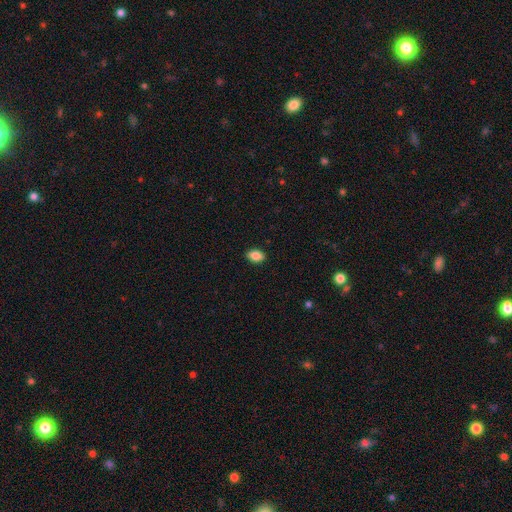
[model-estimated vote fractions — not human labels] Smooth or featured?
  - smooth: 87% *
  - star or artifact: 8%
  - featured or disk: 5%
How rounded?
  - in between: 87% *
  - round: 11%
  - cigar-shaped: 2%
Merging?
  - none: 90% *
  - minor disturbance: 8%
  - major disturbance: 2%
  - merger: 1%